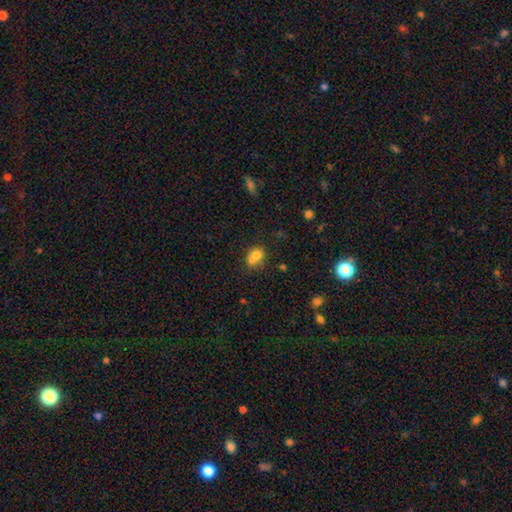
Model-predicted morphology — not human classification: Smooth or featured? smooth (70%)
How rounded? round (66%)
Merging? merger (57%)